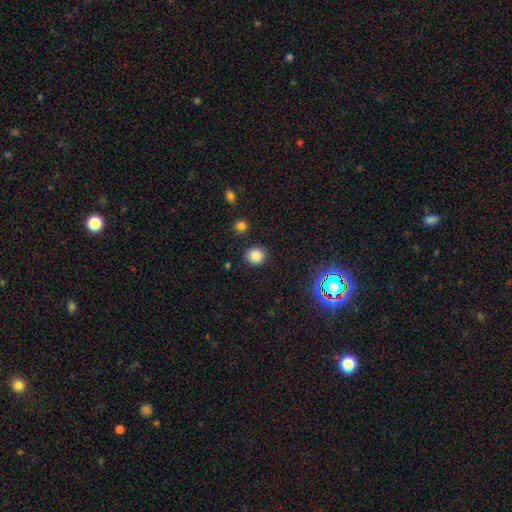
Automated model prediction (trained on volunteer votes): Smooth or featured: smooth — 82% (star or artifact — 13%)
How rounded: round — 87% (in between — 12%)
Merging: none — 88% (minor disturbance — 7%)